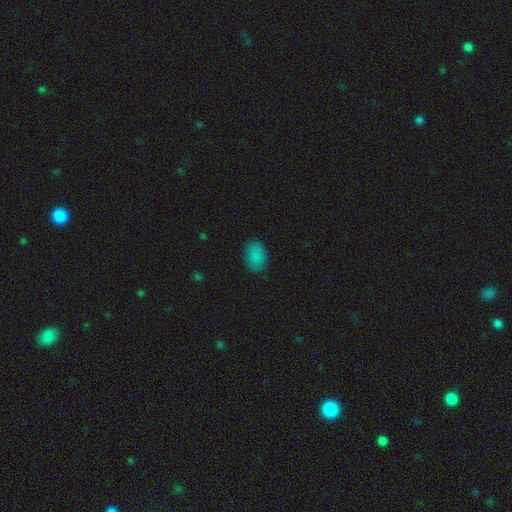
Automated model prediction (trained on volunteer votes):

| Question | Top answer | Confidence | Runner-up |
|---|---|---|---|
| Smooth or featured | smooth | 86% | star or artifact (10%) |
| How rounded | in between | 85% | round (14%) |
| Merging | none | 85% | minor disturbance (11%) |